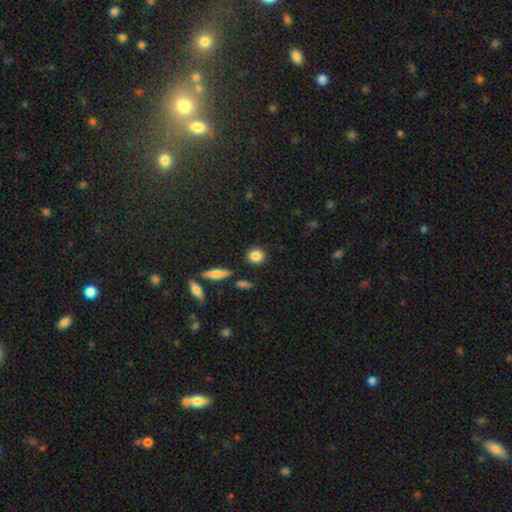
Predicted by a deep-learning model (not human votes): Q: Smooth or featured?
A: smooth (85%); runner-up: star or artifact (9%)
Q: How rounded?
A: round (88%); runner-up: in between (11%)
Q: Merging?
A: none (88%); runner-up: minor disturbance (7%)